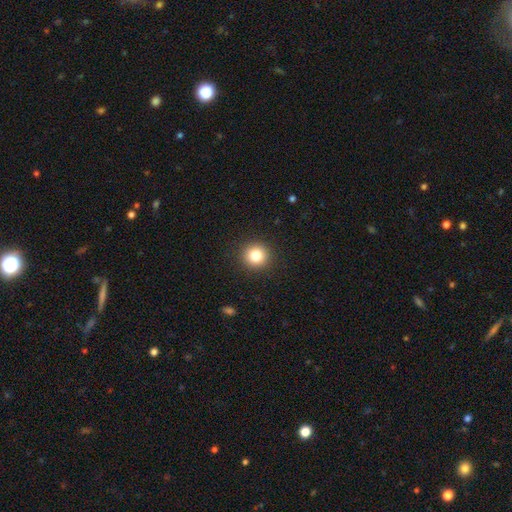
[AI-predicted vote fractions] Overall: smooth (82%). How rounded: round (94%). Merging: none (92%).